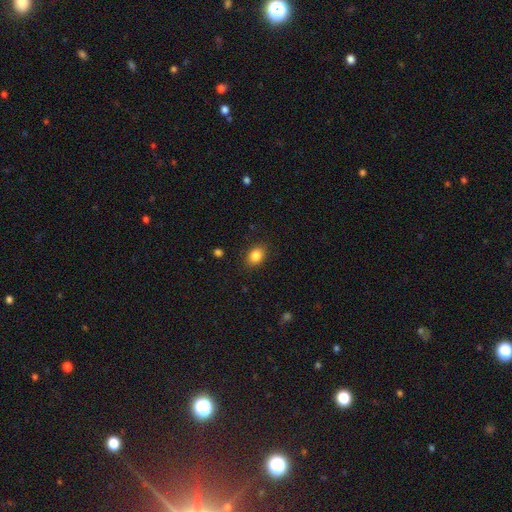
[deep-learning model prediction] A smooth galaxy with no disk features (85%) that is in between round and cigar-shaped (60%). Merging: none (87%).